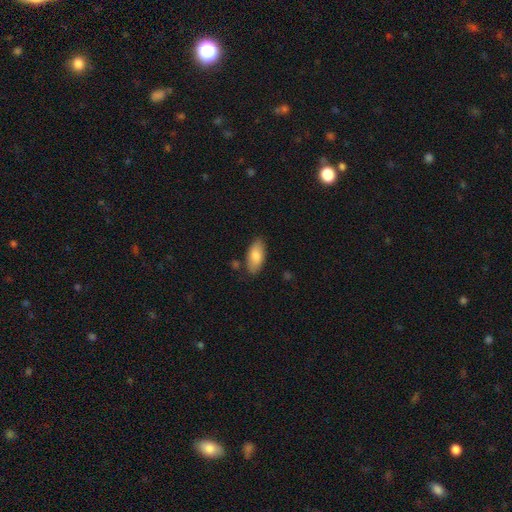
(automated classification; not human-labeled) smooth_or_featured: smooth (p=0.84) [alt: featured or disk p=0.10]
how_rounded: in between (p=0.90) [alt: cigar-shaped p=0.08]
merging: none (p=0.80) [alt: minor disturbance p=0.14]